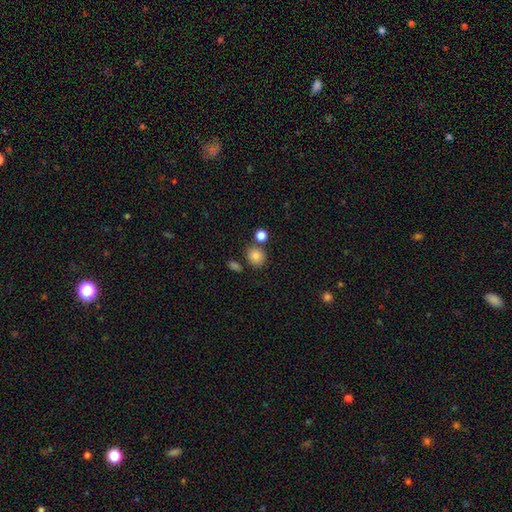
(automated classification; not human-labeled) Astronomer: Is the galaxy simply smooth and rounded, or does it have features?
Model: smooth — 83%.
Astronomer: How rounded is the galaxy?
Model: round — 79%.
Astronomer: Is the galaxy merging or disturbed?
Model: none — 73%.